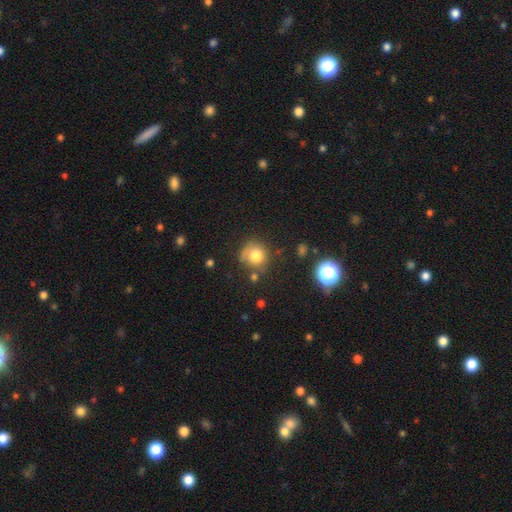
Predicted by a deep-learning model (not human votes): Smooth or featured? smooth (77%)
How rounded? round (87%)
Merging? none (62%)